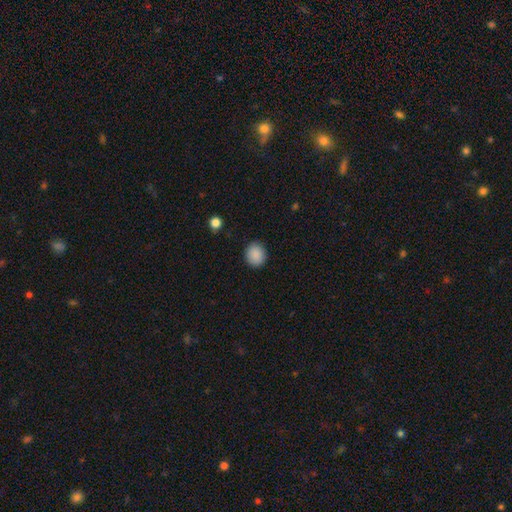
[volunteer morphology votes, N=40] Smooth or featured? 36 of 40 (90%) said smooth. How rounded? 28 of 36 (78%) said round. Merging? 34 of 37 (92%) said none.